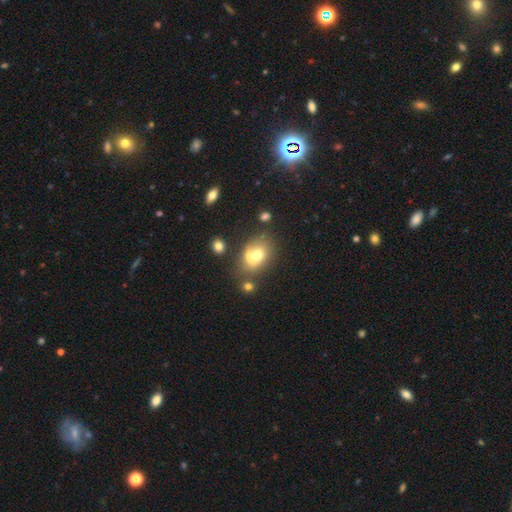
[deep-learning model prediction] Smooth or featured: smooth — 65% (featured or disk — 24%)
How rounded: in between — 60% (round — 39%)
Merging: merger — 46% (none — 35%)